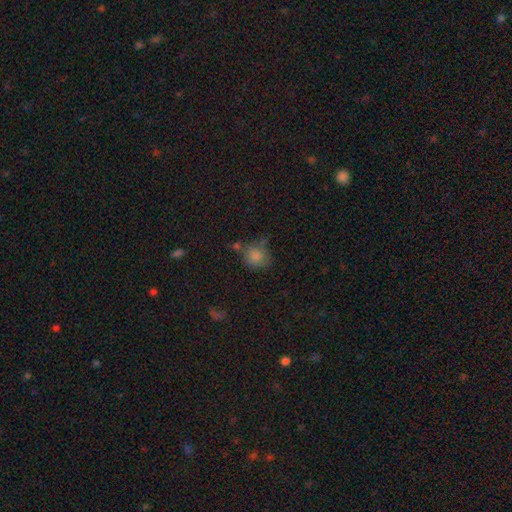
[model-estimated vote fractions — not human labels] Morphology: type=smooth (82%); roundness=round (80%); merging=none (57%).